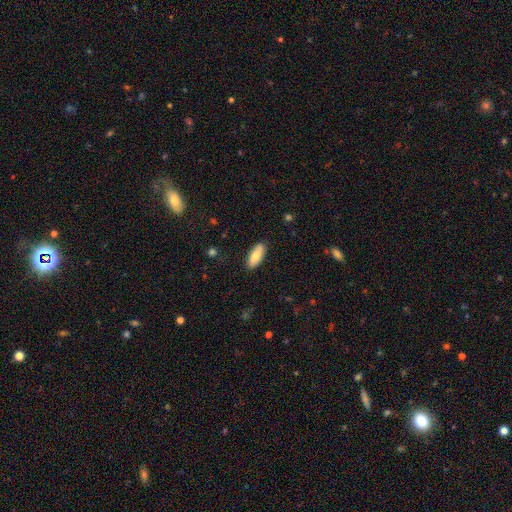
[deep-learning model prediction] A smooth galaxy with no disk features (76%) that is in between round and cigar-shaped (80%). Merging: none (85%).